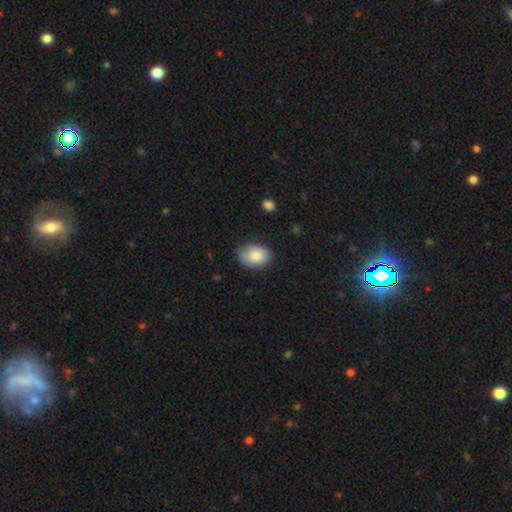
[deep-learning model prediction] smooth-or-featured: smooth: 85% | featured or disk: 8% | star or artifact: 7%
  how-rounded: in between: 73% | round: 26% | cigar-shaped: 1%
  merging: none: 78% | minor disturbance: 17% | major disturbance: 3% | merger: 1%